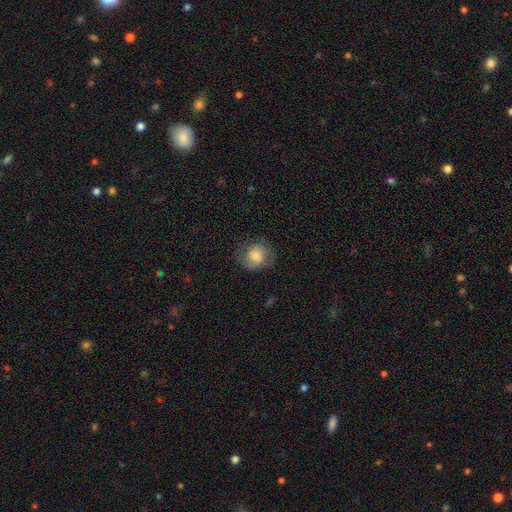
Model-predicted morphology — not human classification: Smooth or featured? Predicted: smooth (p=0.58). How rounded? Predicted: round (p=0.69). Merging? Predicted: none (p=0.69).